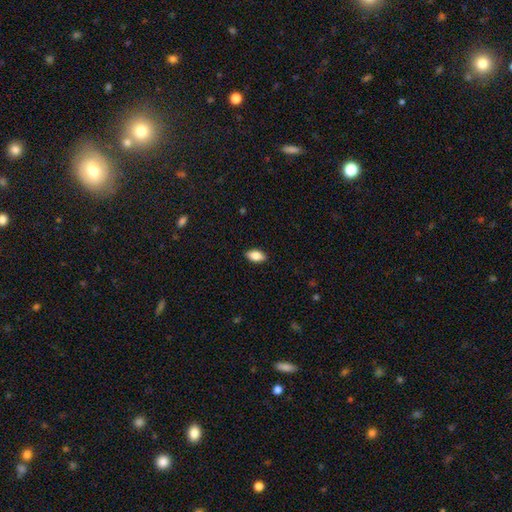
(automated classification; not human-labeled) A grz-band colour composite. It shows a smooth galaxy with no disk features (82%) that is in between round and cigar-shaped (91%). Merging: none (89%).